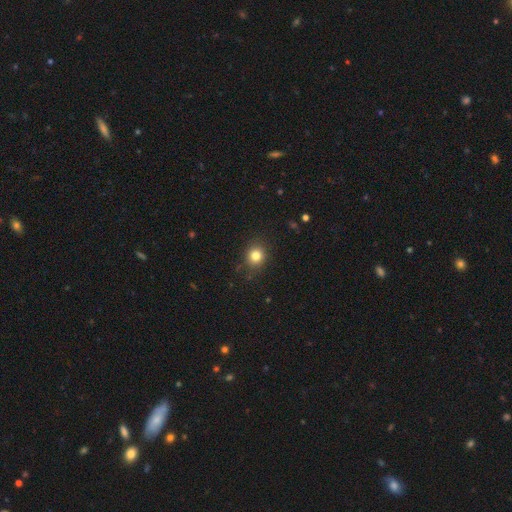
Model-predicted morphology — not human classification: type=smooth (81%); roundness=round (81%); merging=none (87%).